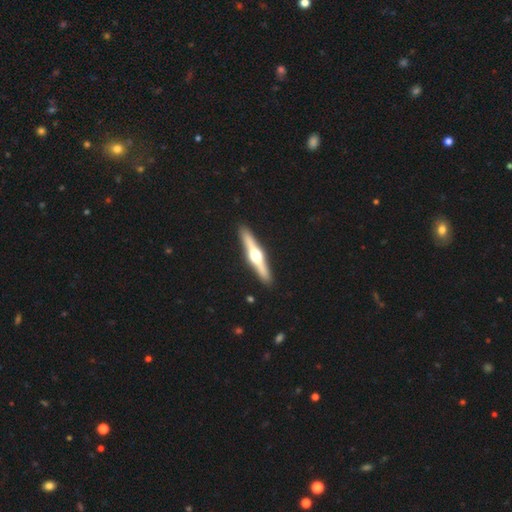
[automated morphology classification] Overall: featured or disk (77%). Edge-on disk: yes (98%). Edge-on bulge: rounded (96%). Merging: none (92%).